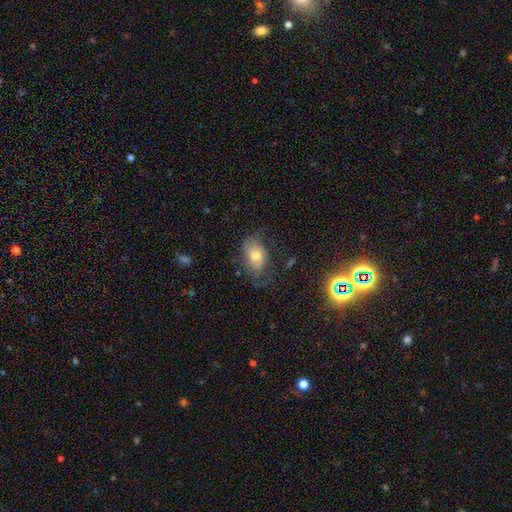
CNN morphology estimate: Q: Smooth or featured?
A: smooth (61%); runner-up: featured or disk (29%)
Q: How rounded?
A: in between (80%); runner-up: round (18%)
Q: Merging?
A: none (51%); runner-up: minor disturbance (29%)